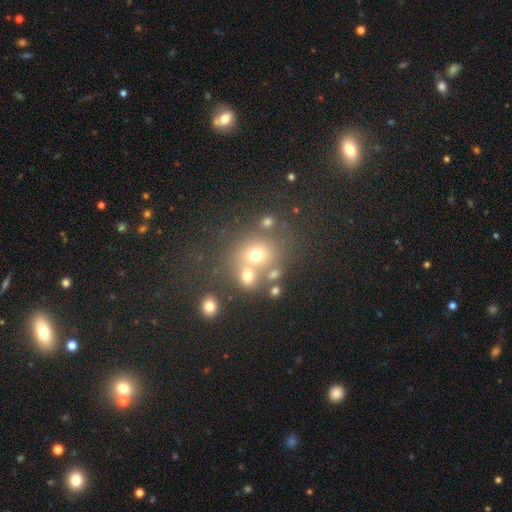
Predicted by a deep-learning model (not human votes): The model was most divided on "merging": none: 53%, merger: 31%, minor disturbance: 10%, major disturbance: 6%. More confident: how rounded — round (75%); smooth or featured — smooth (56%).